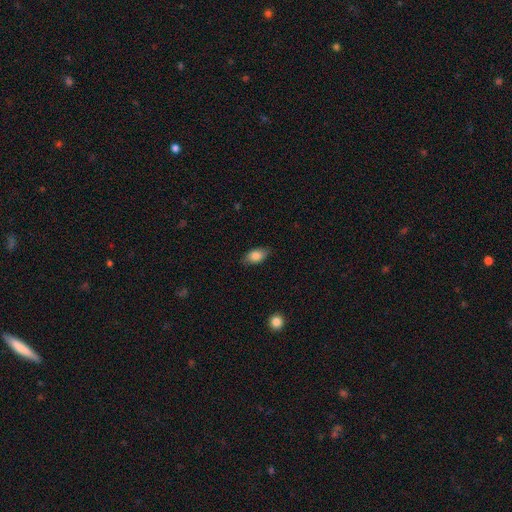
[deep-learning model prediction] smooth-or-featured: smooth: 84% | featured or disk: 9% | star or artifact: 7%
  how-rounded: in between: 90% | round: 6% | cigar-shaped: 4%
  merging: none: 82% | minor disturbance: 14% | major disturbance: 3% | merger: 1%